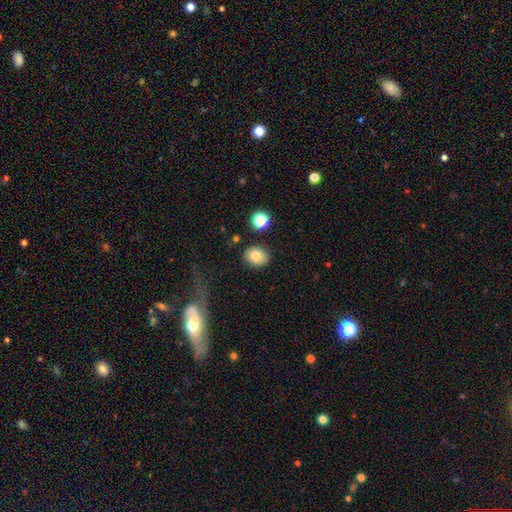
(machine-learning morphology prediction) A smooth galaxy with no disk features (80%) that is round (55%). Merging: none (84%).